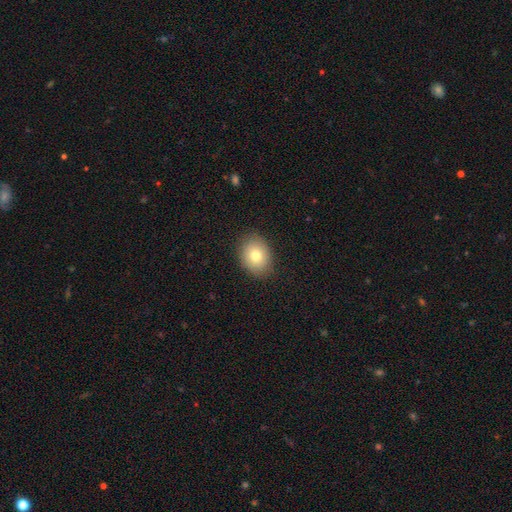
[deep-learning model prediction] This appears to be a smooth galaxy with no disk features (77%) that is in between round and cigar-shaped (56%). Merging: none (87%).